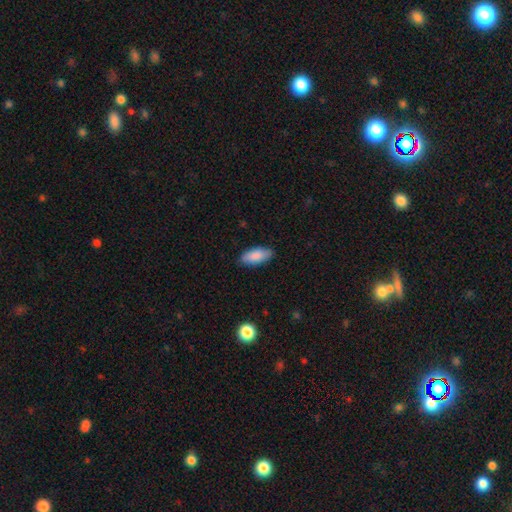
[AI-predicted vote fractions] Smooth or featured: smooth — 88% (featured or disk — 7%)
How rounded: in between — 87% (cigar-shaped — 11%)
Merging: none — 87% (minor disturbance — 10%)